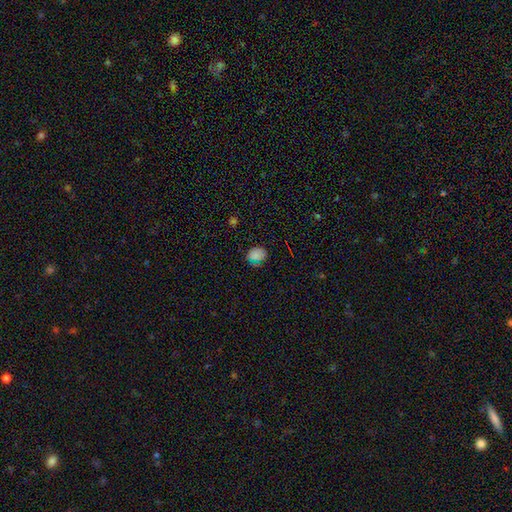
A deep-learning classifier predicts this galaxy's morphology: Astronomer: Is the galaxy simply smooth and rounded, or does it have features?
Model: smooth — 72%.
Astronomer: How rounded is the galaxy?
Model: round — 52% (runner-up: in between, 46%).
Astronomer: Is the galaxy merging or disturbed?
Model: none — 80%.